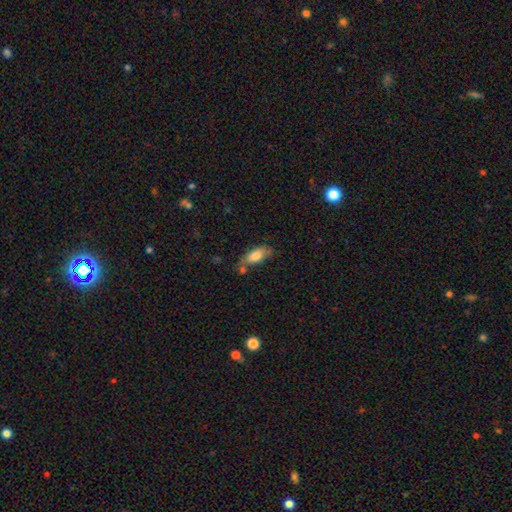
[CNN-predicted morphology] smooth 78%, featured or disk 15%, star or artifact 7%. Down the decision tree: how rounded — in between (82%); merging — none (51%).